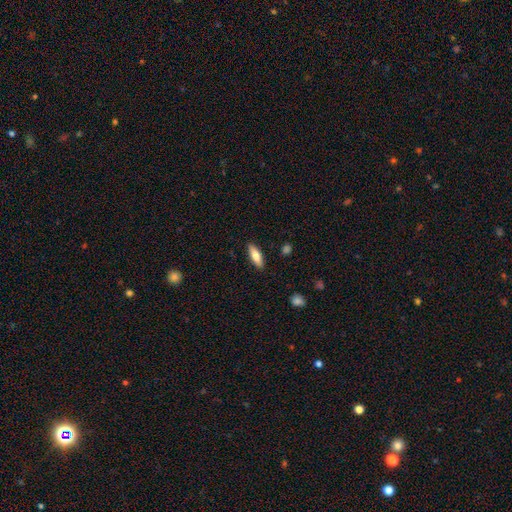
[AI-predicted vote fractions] Overall: smooth (74%). How rounded: in between (56%; cigar-shaped 42%). Merging: none (88%).